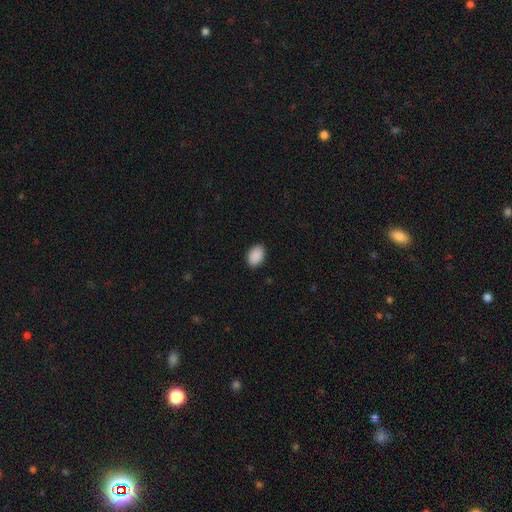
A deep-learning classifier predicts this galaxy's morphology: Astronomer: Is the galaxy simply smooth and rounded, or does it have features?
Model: smooth — 91%.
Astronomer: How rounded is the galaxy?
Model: in between — 83%.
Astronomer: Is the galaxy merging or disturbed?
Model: none — 89%.